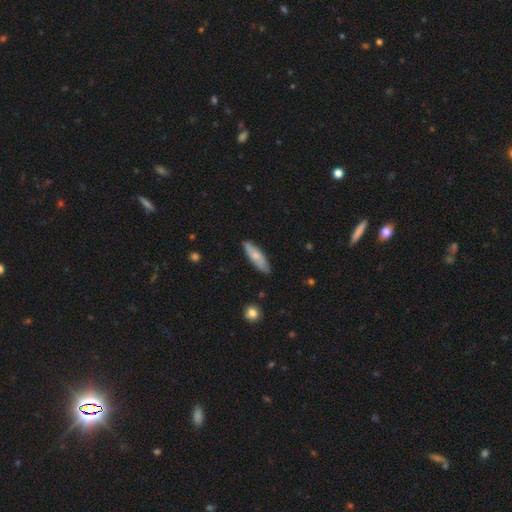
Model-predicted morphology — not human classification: This is likely a smooth galaxy (67%). How rounded: possibly cigar-shaped (54%). Merging: clearly none (83%).